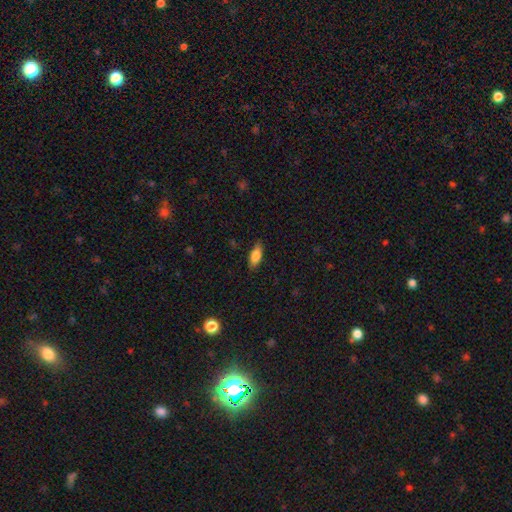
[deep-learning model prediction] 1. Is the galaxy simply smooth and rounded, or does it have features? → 79% smooth, 14% featured or disk, 7% star or artifact.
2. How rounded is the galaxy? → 76% in between, 21% cigar-shaped, 3% round.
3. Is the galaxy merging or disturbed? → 84% none, 13% minor disturbance, 3% major disturbance, 1% merger.